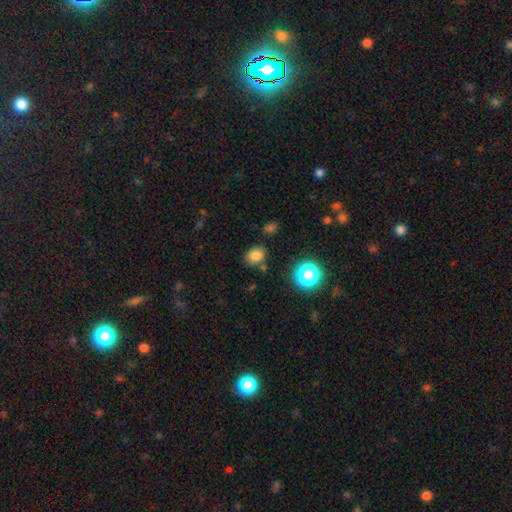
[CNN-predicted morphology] The model was most divided on "how rounded": in between: 57%, round: 42%, cigar-shaped: 1%. More confident: merging — none (78%); smooth or featured — smooth (78%).